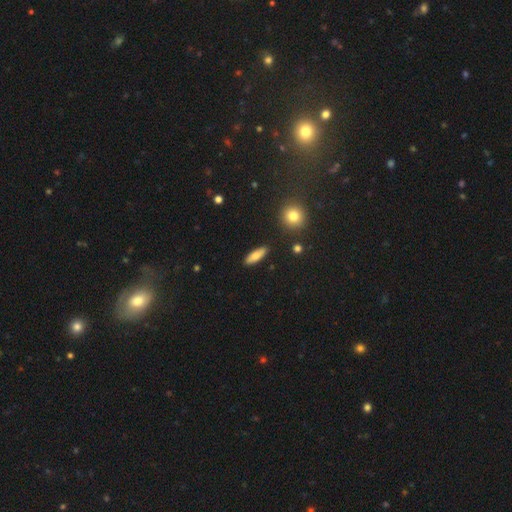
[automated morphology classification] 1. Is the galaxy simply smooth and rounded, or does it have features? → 74% smooth, 20% featured or disk, 7% star or artifact.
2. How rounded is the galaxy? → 52% in between, 45% cigar-shaped, 3% round.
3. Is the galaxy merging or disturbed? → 88% none, 8% minor disturbance, 2% merger, 2% major disturbance.